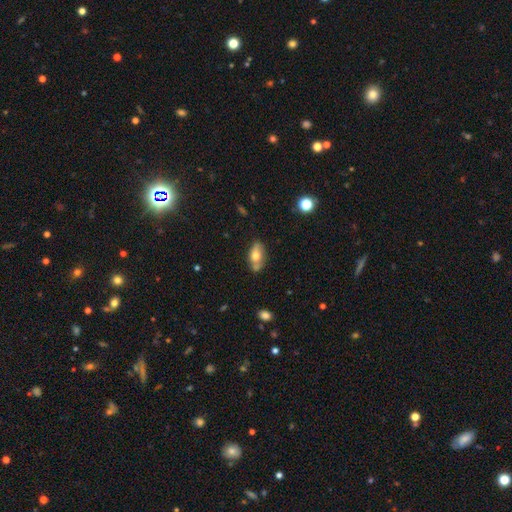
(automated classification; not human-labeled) Smooth or featured?
  - smooth: 63% *
  - featured or disk: 29%
  - star or artifact: 8%
How rounded?
  - in between: 86% *
  - cigar-shaped: 8%
  - round: 6%
Merging?
  - none: 61% *
  - minor disturbance: 20%
  - merger: 14%
  - major disturbance: 5%